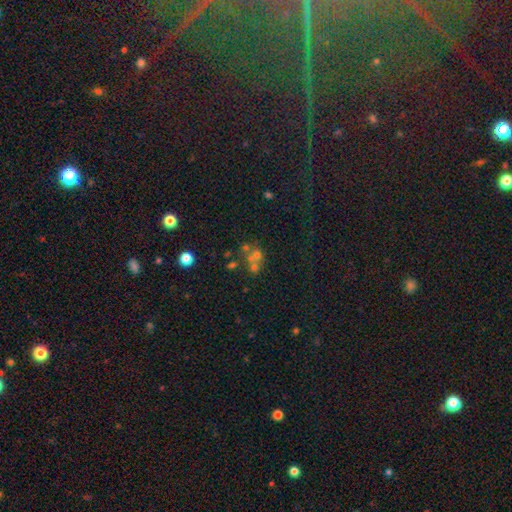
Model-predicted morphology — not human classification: Smooth or featured? Predicted: smooth (p=0.46). Merging? Predicted: merger (p=0.47).